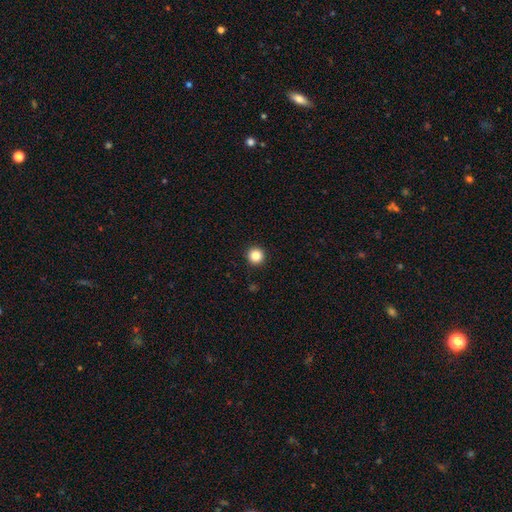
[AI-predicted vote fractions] Q: Smooth or featured?
A: smooth (85%); runner-up: star or artifact (11%)
Q: How rounded?
A: round (96%); runner-up: in between (3%)
Q: Merging?
A: none (94%); runner-up: minor disturbance (4%)